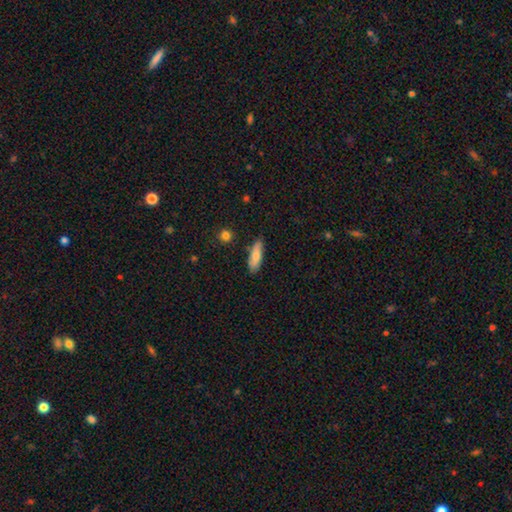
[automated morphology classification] smooth 77%, featured or disk 17%, star or artifact 6%. Down the decision tree: how rounded — in between (52%); merging — none (78%).